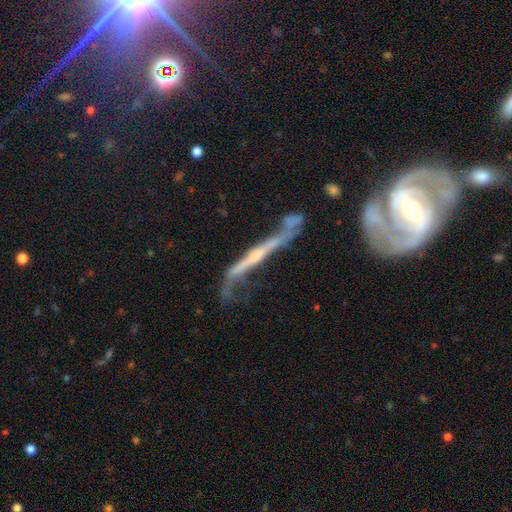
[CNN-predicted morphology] Smooth or featured? featured or disk (76%)
Edge-on disk? yes (74%)
Edge-on bulge? rounded (51%)
Merging? none (36%)